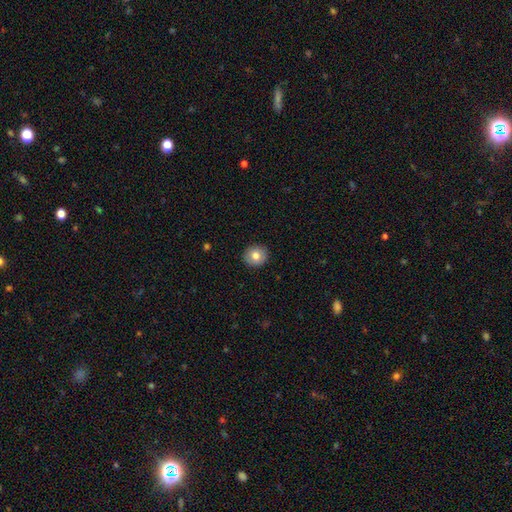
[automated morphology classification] A smooth galaxy with no disk features (79%) that is round (85%).

Vote fractions:
- Smooth or featured? smooth: 79% / featured or disk: 12% / star or artifact: 9%
- How rounded? round: 85% / in between: 14% / cigar-shaped: 1%
- Merging? none: 91% / minor disturbance: 6% / major disturbance: 2% / merger: 1%